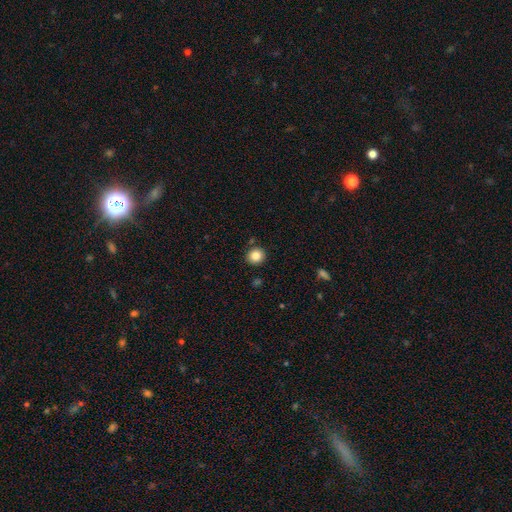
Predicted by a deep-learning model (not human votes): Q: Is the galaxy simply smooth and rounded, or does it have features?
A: smooth — 85%.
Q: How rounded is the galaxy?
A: round — 88%.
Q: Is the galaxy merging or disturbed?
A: none — 88%.